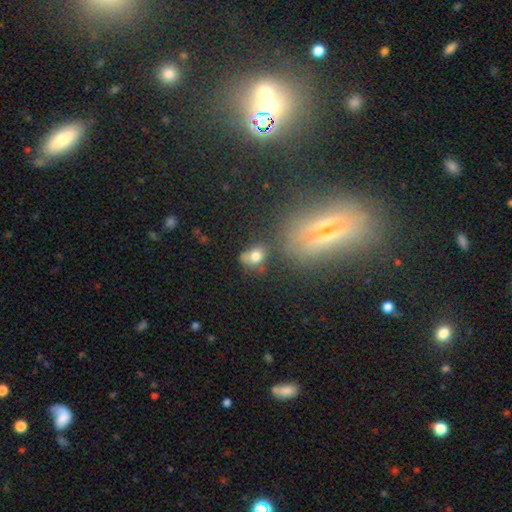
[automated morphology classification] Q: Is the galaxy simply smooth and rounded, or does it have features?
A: smooth — 68%.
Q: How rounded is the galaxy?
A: in between — 57%.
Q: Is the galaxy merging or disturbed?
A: none — 43%.